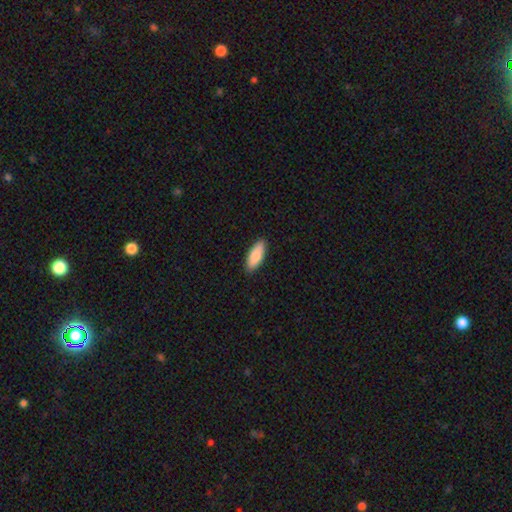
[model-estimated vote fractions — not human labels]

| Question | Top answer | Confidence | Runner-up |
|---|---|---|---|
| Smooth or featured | smooth | 85% | featured or disk (10%) |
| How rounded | in between | 74% | cigar-shaped (24%) |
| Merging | none | 90% | minor disturbance (8%) |